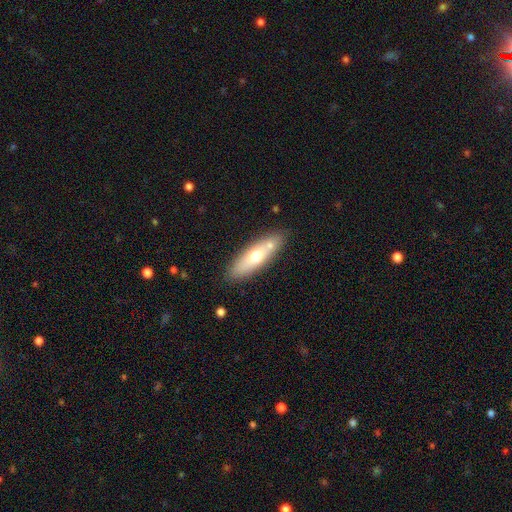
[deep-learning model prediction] Overall: smooth (57%; featured or disk 36%). How rounded: cigar-shaped (50%; in between 48%). Merging: none (77%).